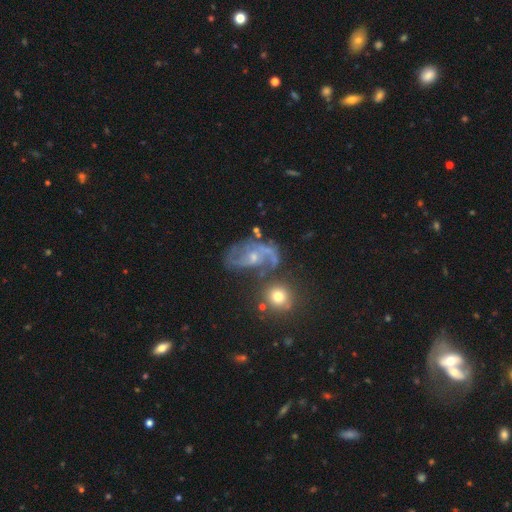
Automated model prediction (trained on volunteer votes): Smooth or featured?
  - featured or disk: 79% *
  - smooth: 11%
  - star or artifact: 10%
Edge-on disk?
  - no: 96% *
  - yes: 4%
Bar?
  - no: 57% *
  - weak: 35%
  - strong: 8%
Spiral arms?
  - yes: 89% *
  - no: 11%
Spiral winding?
  - medium: 47% *
  - loose: 30%
  - tight: 22%
Spiral arm count?
  - 2: 67% *
  - can't tell: 16%
  - 3: 7%
  - 1: 5%
  - 4: 3%
  - more than 4: 3%
Bulge size?
  - small: 59% *
  - moderate: 35%
  - none: 3%
  - large: 2%
  - dominant: 1%
Merging?
  - none: 51% *
  - minor disturbance: 21%
  - major disturbance: 15%
  - merger: 13%